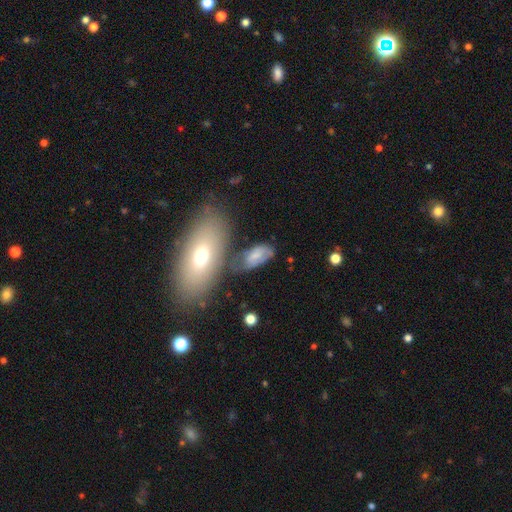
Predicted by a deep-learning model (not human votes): A smooth galaxy with no disk features (58%) that is in between round and cigar-shaped (90%).

Vote fractions:
- Smooth or featured? smooth: 58% / featured or disk: 34% / star or artifact: 8%
- How rounded? in between: 90% / cigar-shaped: 6% / round: 4%
- Merging? none: 49% / minor disturbance: 24% / merger: 15% / major disturbance: 12%